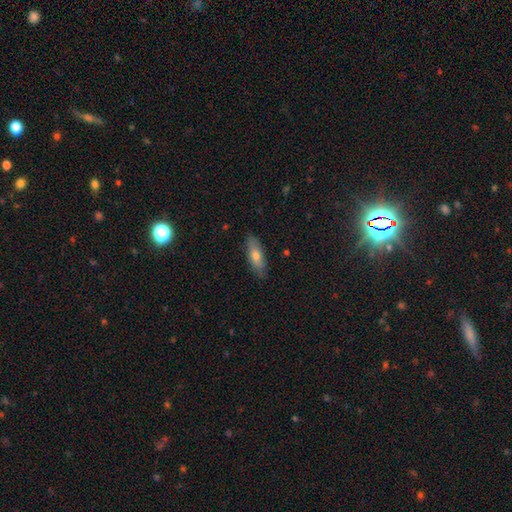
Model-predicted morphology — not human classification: smooth-or-featured: smooth: 64% | featured or disk: 28% | star or artifact: 8%
  how-rounded: in between: 57% | cigar-shaped: 40% | round: 3%
  merging: none: 87% | minor disturbance: 10% | major disturbance: 2% | merger: 1%